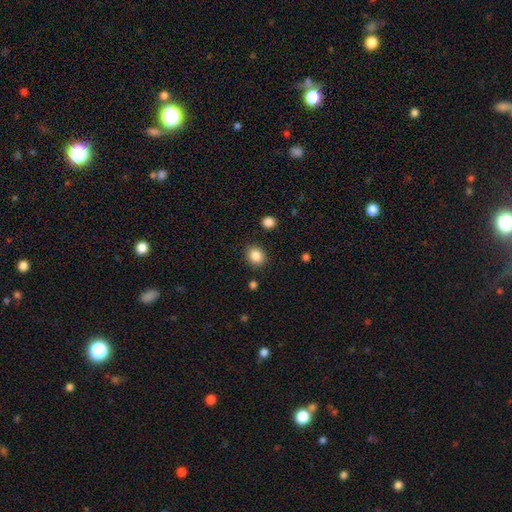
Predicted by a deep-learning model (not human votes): Smooth or featured: smooth — 87% (star or artifact — 9%)
How rounded: round — 65% (in between — 34%)
Merging: none — 86% (minor disturbance — 8%)